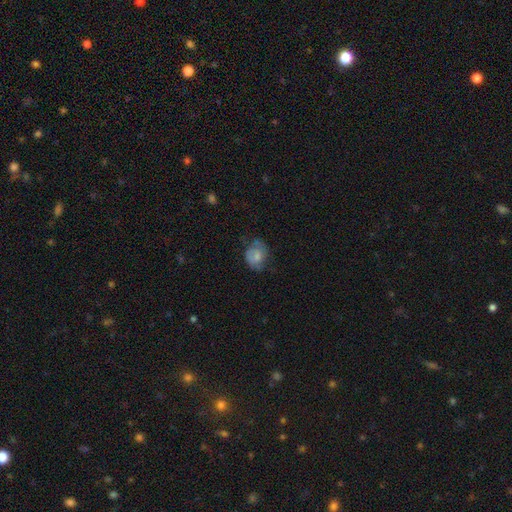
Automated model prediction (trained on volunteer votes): This appears to be a smooth galaxy with no disk features (62%) that is round (55%). Merging: none (49%).